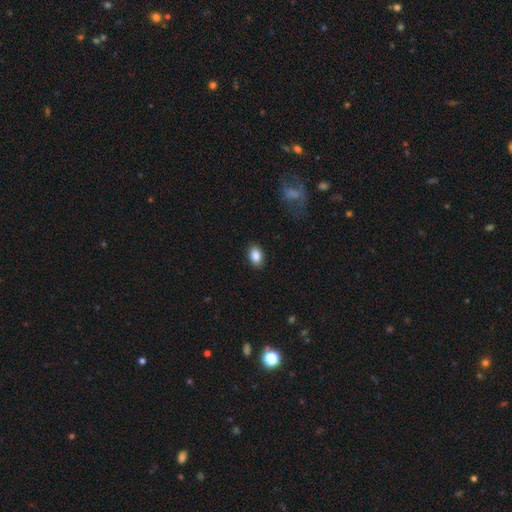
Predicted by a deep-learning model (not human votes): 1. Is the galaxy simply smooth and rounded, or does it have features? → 87% smooth, 8% star or artifact, 5% featured or disk.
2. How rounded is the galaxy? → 84% in between, 15% round, 1% cigar-shaped.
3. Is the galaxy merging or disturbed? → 88% none, 9% minor disturbance, 2% major disturbance, 1% merger.